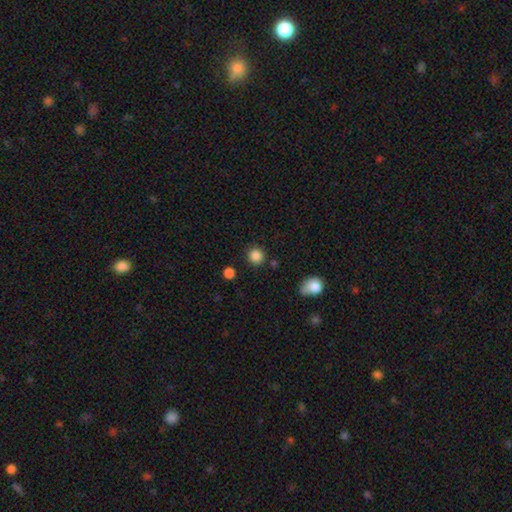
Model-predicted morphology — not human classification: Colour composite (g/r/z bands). It shows a smooth galaxy with no disk features (86%) that is round (93%). Merging: none (87%).